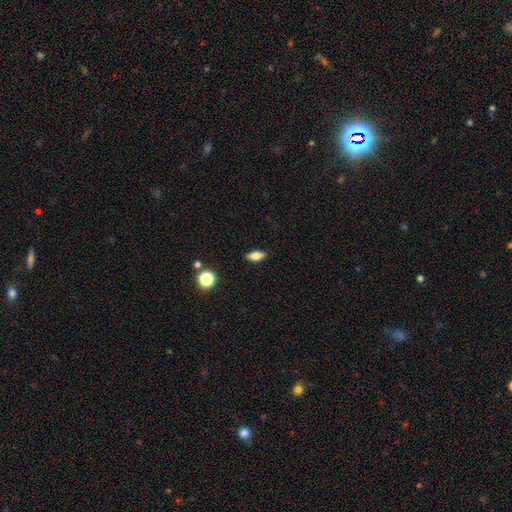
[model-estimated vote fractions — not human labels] Q: Smooth or featured?
A: smooth (75%); runner-up: featured or disk (15%)
Q: How rounded?
A: in between (79%); runner-up: cigar-shaped (14%)
Q: Merging?
A: none (87%); runner-up: minor disturbance (9%)